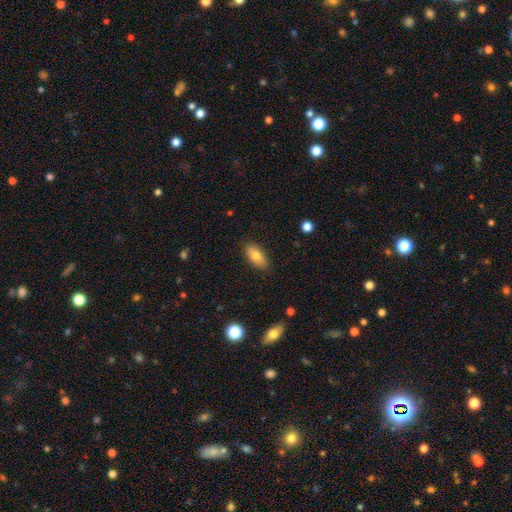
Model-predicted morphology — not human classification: Smooth or featured? Predicted: smooth (p=0.78). How rounded? Predicted: in between (p=0.90). Merging? Predicted: none (p=0.86).